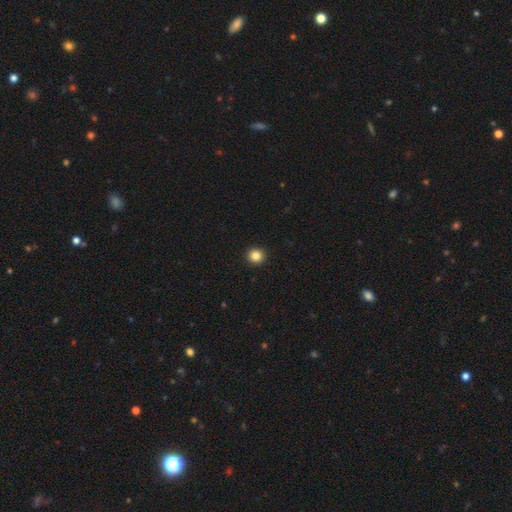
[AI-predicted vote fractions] smooth-or-featured: smooth: 85% | star or artifact: 11% | featured or disk: 4%
  how-rounded: round: 94% | in between: 5% | cigar-shaped: 1%
  merging: none: 94% | minor disturbance: 4% | major disturbance: 1% | merger: 1%